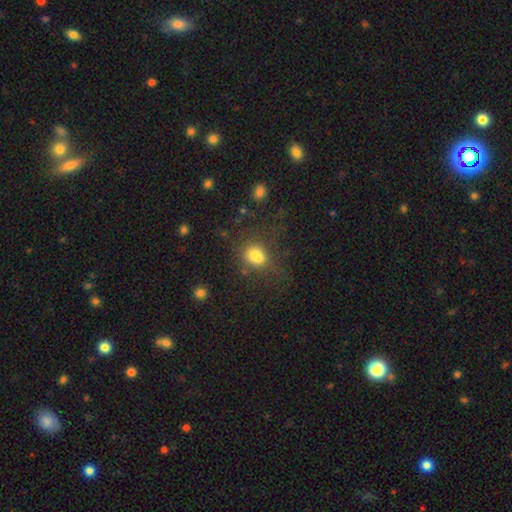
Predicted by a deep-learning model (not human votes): A smooth galaxy with no disk features (76%) that is in between round and cigar-shaped (54%).

Vote fractions:
- Smooth or featured? smooth: 76% / star or artifact: 14% / featured or disk: 10%
- How rounded? in between: 54% / round: 45% / cigar-shaped: 2%
- Merging? none: 54% / minor disturbance: 18% / merger: 14% / major disturbance: 14%